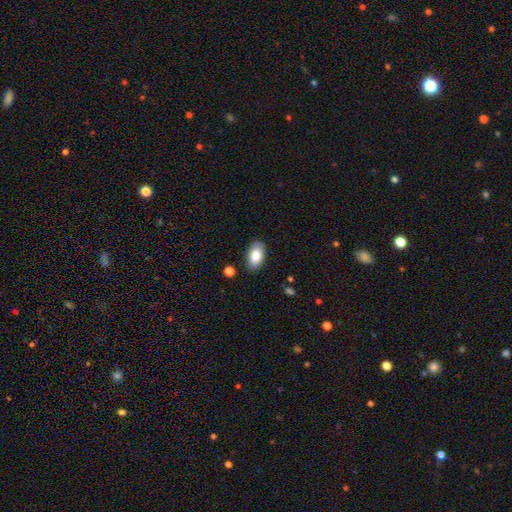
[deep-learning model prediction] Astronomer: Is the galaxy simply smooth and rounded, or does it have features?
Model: smooth — 85%.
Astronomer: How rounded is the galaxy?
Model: in between — 94%.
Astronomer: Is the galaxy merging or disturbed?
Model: none — 87%.